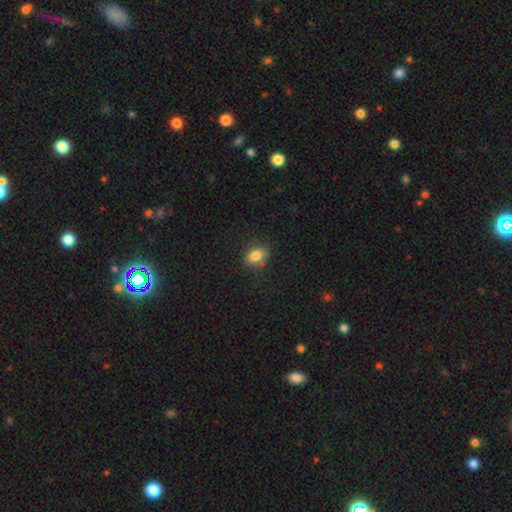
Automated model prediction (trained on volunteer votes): smooth 82%, star or artifact 10%, featured or disk 9%. Down the decision tree: how rounded — in between (80%); merging — none (79%).